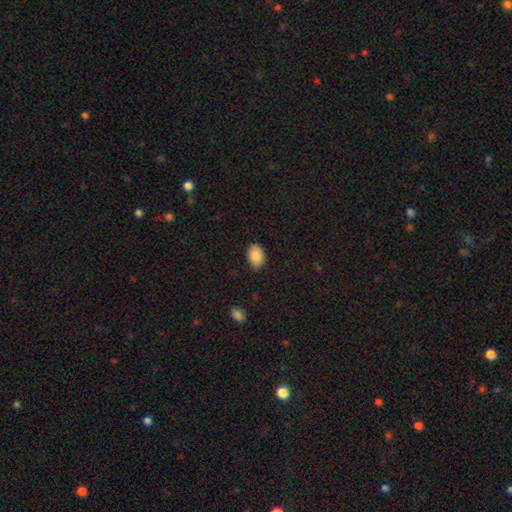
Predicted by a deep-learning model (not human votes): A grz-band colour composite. It shows a smooth galaxy with no disk features (87%) that is in between round and cigar-shaped (87%). Merging: none (82%).